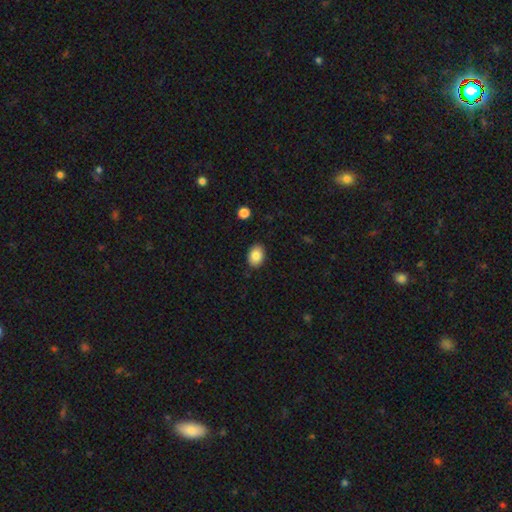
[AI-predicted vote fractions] Smooth or featured?
  - smooth: 86% *
  - star or artifact: 8%
  - featured or disk: 6%
How rounded?
  - in between: 75% *
  - round: 24%
  - cigar-shaped: 1%
Merging?
  - none: 87% *
  - minor disturbance: 9%
  - major disturbance: 2%
  - merger: 1%